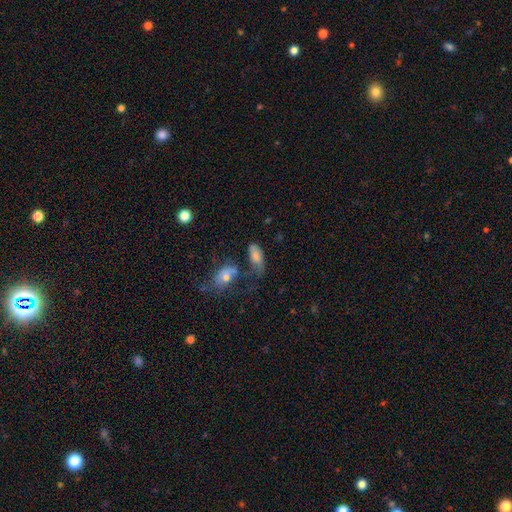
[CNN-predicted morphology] smooth 74%, featured or disk 16%, star or artifact 10%. Down the decision tree: how rounded — in between (89%); merging — none (35%).